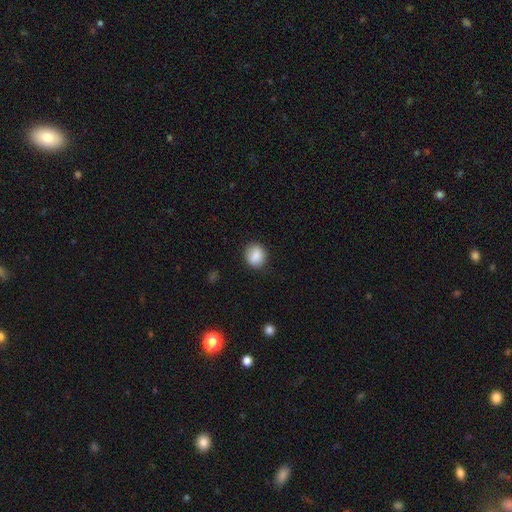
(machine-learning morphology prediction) Smooth or featured? smooth (86%)
How rounded? round (72%)
Merging? none (84%)